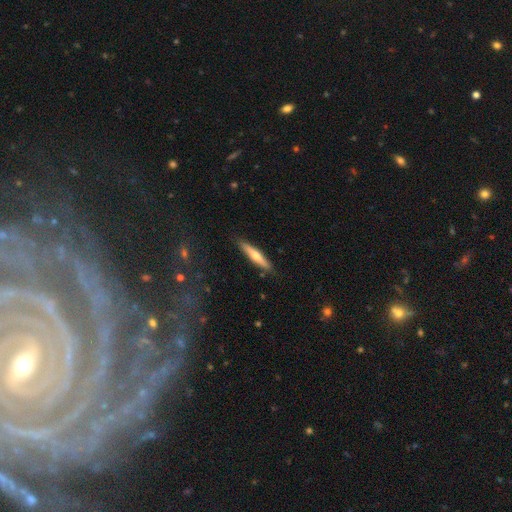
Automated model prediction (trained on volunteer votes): Q: Smooth or featured?
A: smooth (49%); runner-up: featured or disk (45%)
Q: Merging?
A: none (88%); runner-up: minor disturbance (9%)